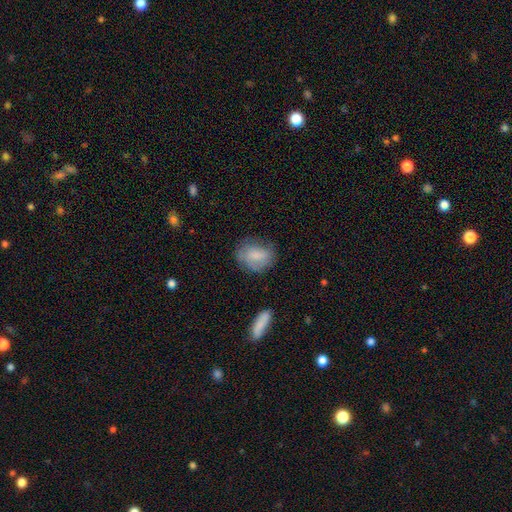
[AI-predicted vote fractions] This is likely a smooth galaxy (70%). How rounded: likely in between (66%). Merging: likely none (63%).